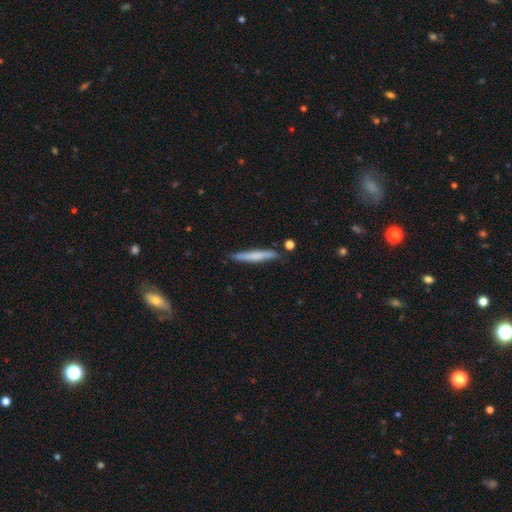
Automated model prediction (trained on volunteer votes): The model was most divided on "smooth or featured": smooth: 64%, featured or disk: 30%, star or artifact: 6%. More confident: how rounded — cigar-shaped (94%); merging — none (84%).